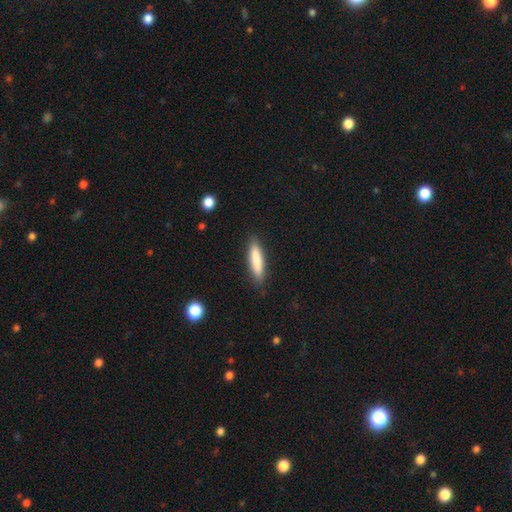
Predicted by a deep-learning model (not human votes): A smooth galaxy with no disk features (82%) that is cigar-shaped (81%). Merging: none (88%).